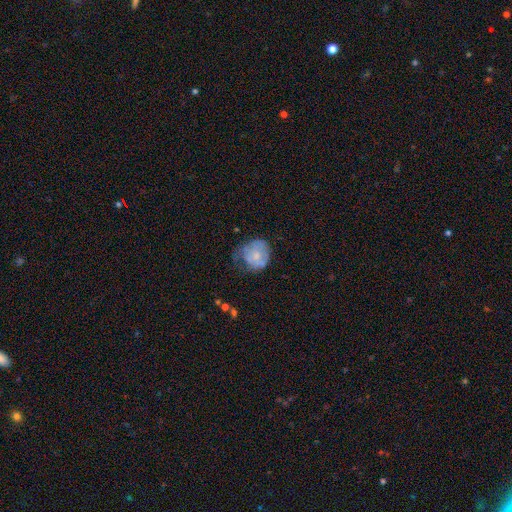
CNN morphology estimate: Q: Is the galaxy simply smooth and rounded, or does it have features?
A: smooth — 55%.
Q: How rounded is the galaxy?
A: round — 72%.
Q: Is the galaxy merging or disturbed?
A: minor disturbance — 36%, tied with none.